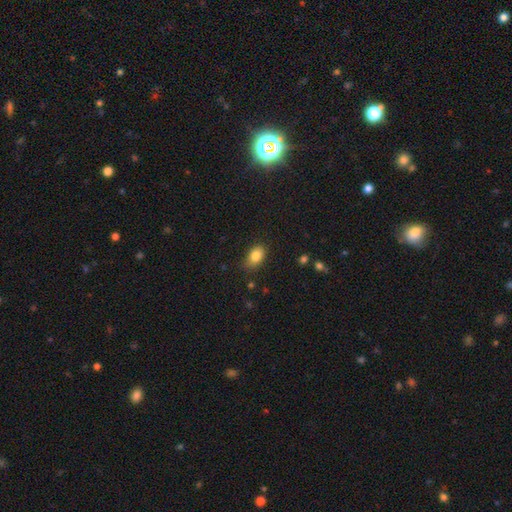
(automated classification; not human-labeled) smooth-or-featured: smooth: 84% | star or artifact: 9% | featured or disk: 7%
  how-rounded: in between: 83% | round: 15% | cigar-shaped: 2%
  merging: none: 72% | minor disturbance: 22% | major disturbance: 4% | merger: 2%